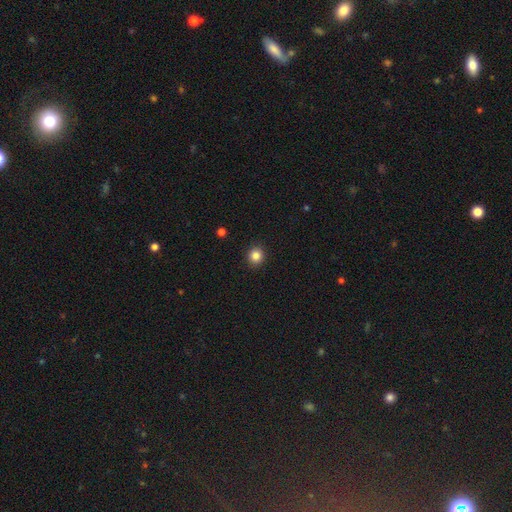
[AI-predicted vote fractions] smooth_or_featured: smooth (p=0.84) [alt: star or artifact p=0.11]
how_rounded: round (p=0.90) [alt: in between p=0.10]
merging: none (p=0.92) [alt: minor disturbance p=0.05]